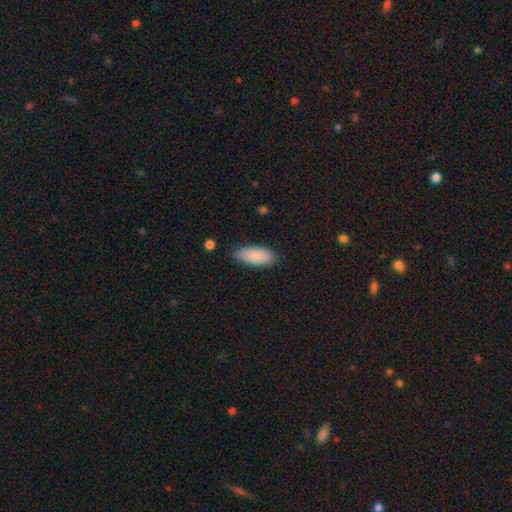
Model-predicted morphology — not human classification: Q: Smooth or featured?
A: smooth (86%); runner-up: featured or disk (8%)
Q: How rounded?
A: in between (86%); runner-up: cigar-shaped (13%)
Q: Merging?
A: none (79%); runner-up: minor disturbance (16%)